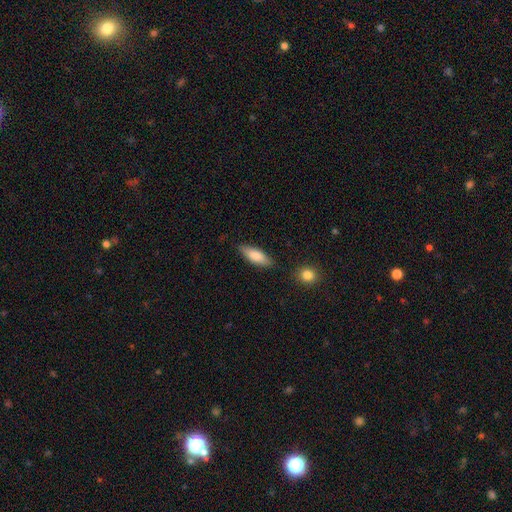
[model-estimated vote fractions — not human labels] A smooth galaxy with no disk features (81%) that is in between round and cigar-shaped (64%).

Vote fractions:
- Smooth or featured? smooth: 81% / featured or disk: 13% / star or artifact: 6%
- How rounded? in between: 64% / cigar-shaped: 34% / round: 2%
- Merging? none: 82% / minor disturbance: 13% / major disturbance: 3% / merger: 3%